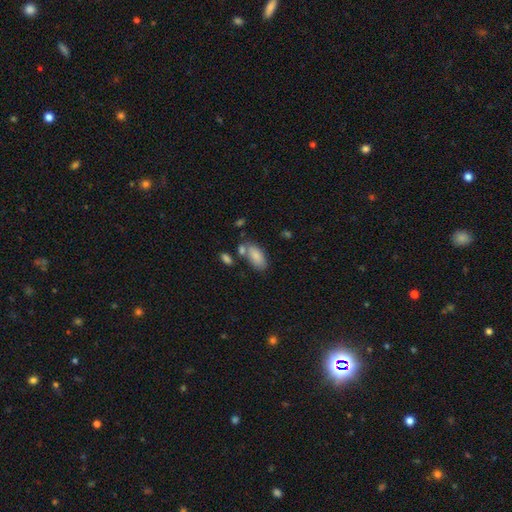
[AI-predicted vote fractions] This appears to be a smooth galaxy with no disk features (84%) that is in between round and cigar-shaped (91%). Merging: none (59%).